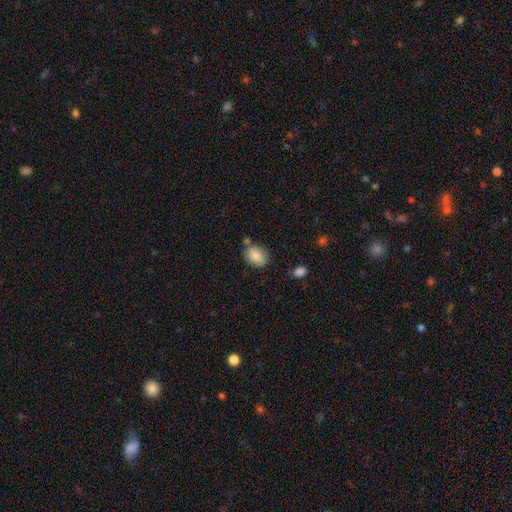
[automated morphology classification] Smooth or featured? smooth (86%)
How rounded? in between (65%)
Merging? none (70%)